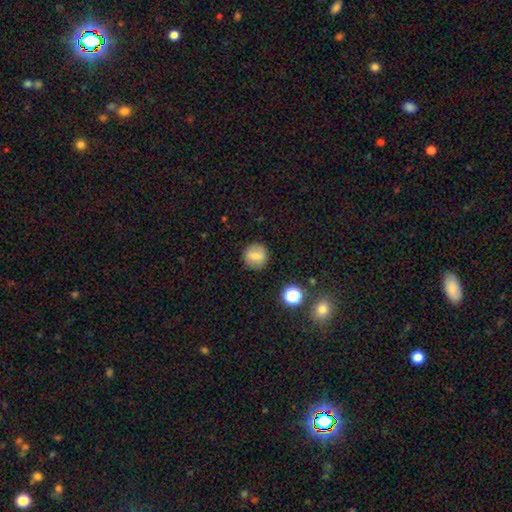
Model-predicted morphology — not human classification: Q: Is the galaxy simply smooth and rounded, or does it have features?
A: smooth — 70%.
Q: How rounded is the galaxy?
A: round — 88%.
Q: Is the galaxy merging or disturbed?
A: none — 87%.